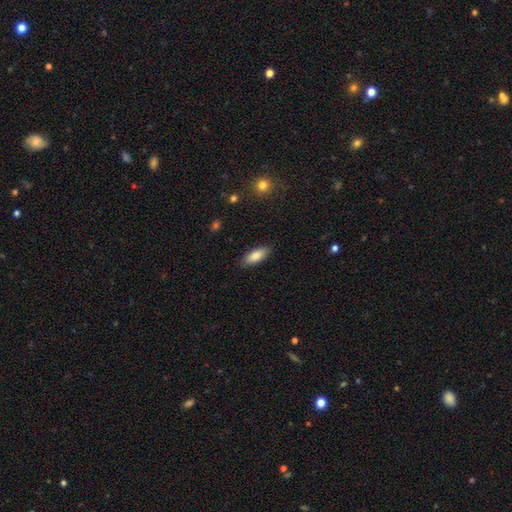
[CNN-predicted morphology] smooth 83%, featured or disk 10%, star or artifact 7%. Down the decision tree: how rounded — in between (78%); merging — none (87%).